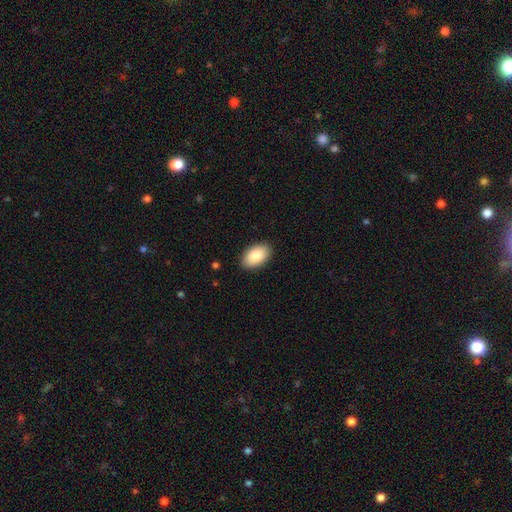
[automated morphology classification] Q: Smooth or featured?
A: smooth (85%); runner-up: featured or disk (9%)
Q: How rounded?
A: in between (94%); runner-up: round (5%)
Q: Merging?
A: none (89%); runner-up: minor disturbance (8%)